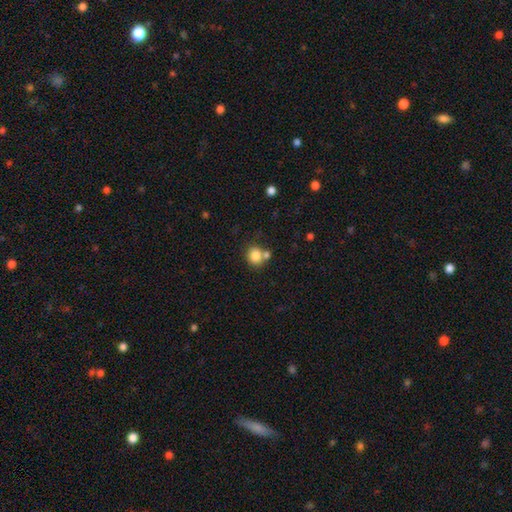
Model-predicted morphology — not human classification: A smooth galaxy with no disk features (83%) that is round (78%).

Vote fractions:
- Smooth or featured? smooth: 83% / star or artifact: 10% / featured or disk: 7%
- How rounded? round: 78% / in between: 21% / cigar-shaped: 1%
- Merging? none: 59% / merger: 27% / minor disturbance: 10% / major disturbance: 4%